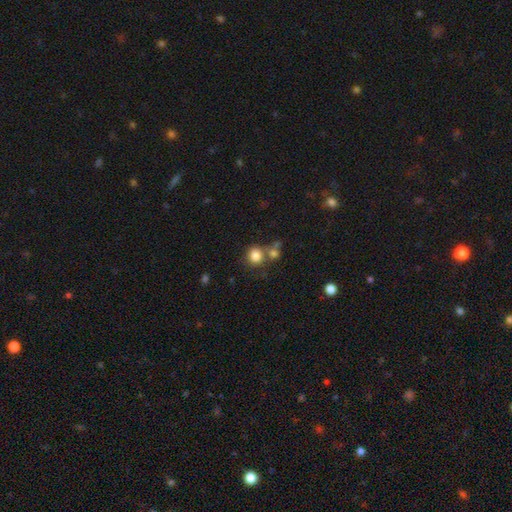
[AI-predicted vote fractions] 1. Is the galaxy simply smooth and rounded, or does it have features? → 83% smooth, 11% star or artifact, 6% featured or disk.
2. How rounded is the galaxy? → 83% round, 16% in between, 1% cigar-shaped.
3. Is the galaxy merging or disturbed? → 60% none, 25% merger, 10% minor disturbance, 5% major disturbance.